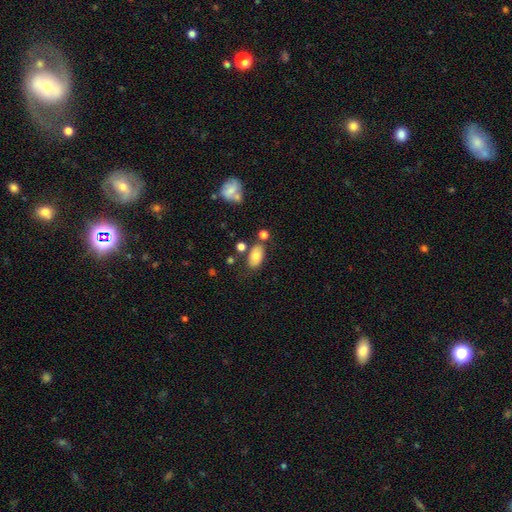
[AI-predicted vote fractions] Smooth or featured? Predicted: smooth (p=0.76). How rounded? Predicted: in between (p=0.92). Merging? Predicted: none (p=0.70).